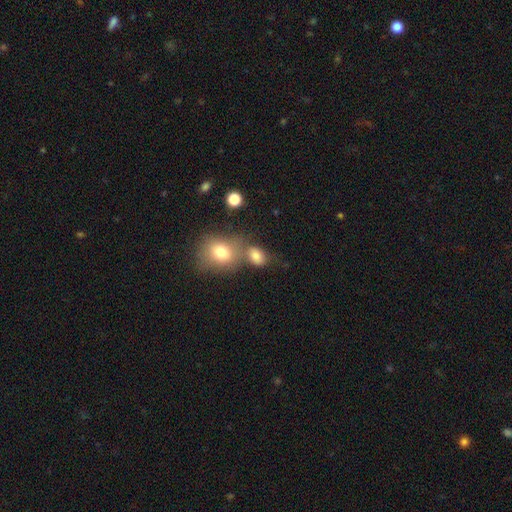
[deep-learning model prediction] This appears to be a smooth galaxy with no disk features (79%) that is in between round and cigar-shaped (68%). Merging: none (44%).